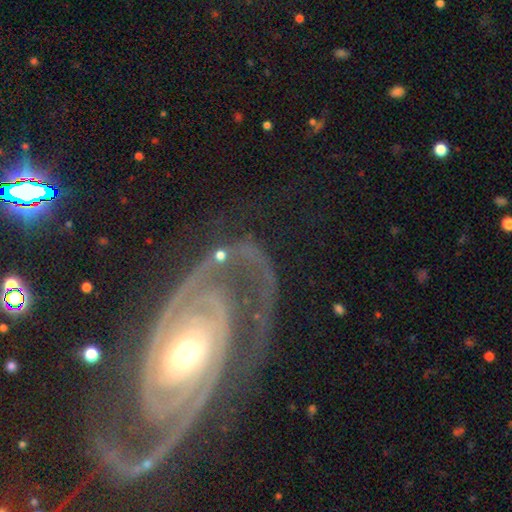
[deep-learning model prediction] This appears to be a featured or disk galaxy (89%) with no bar (57%), 2 (63%) tight (67%) spiral arms (95%) and a moderate central bulge (60%). Merging: none (70%).